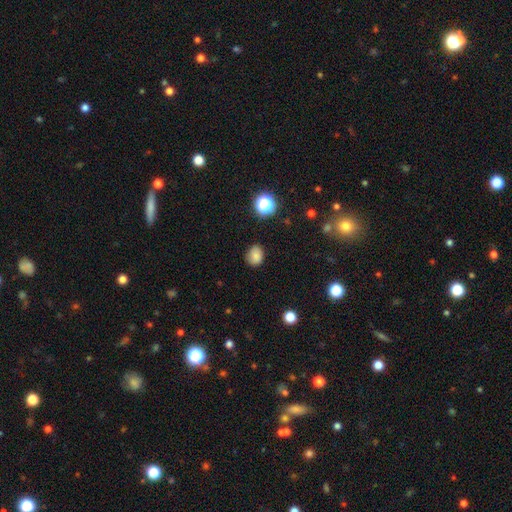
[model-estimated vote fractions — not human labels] A smooth galaxy with no disk features (81%) that is round (51%). Merging: none (80%).